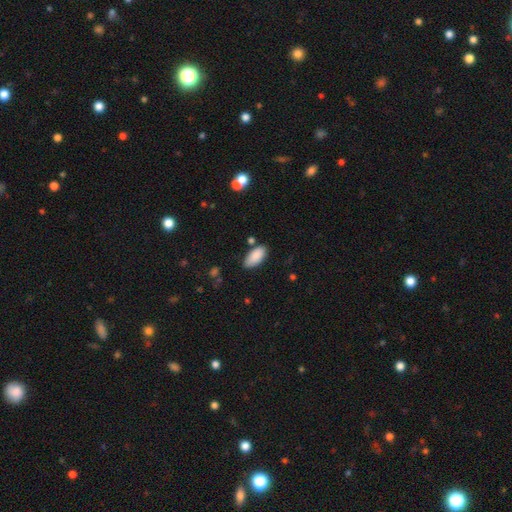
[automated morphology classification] Smooth or featured: smooth — 89% (star or artifact — 7%)
How rounded: in between — 92% (cigar-shaped — 6%)
Merging: none — 78% (minor disturbance — 15%)